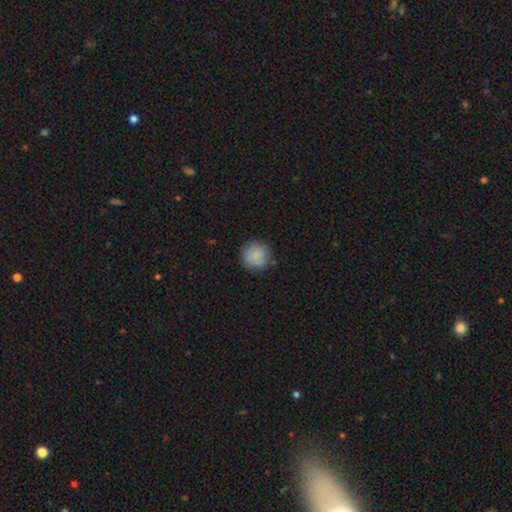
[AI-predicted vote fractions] Morphology: type=smooth (83%); roundness=round (94%); merging=none (82%).